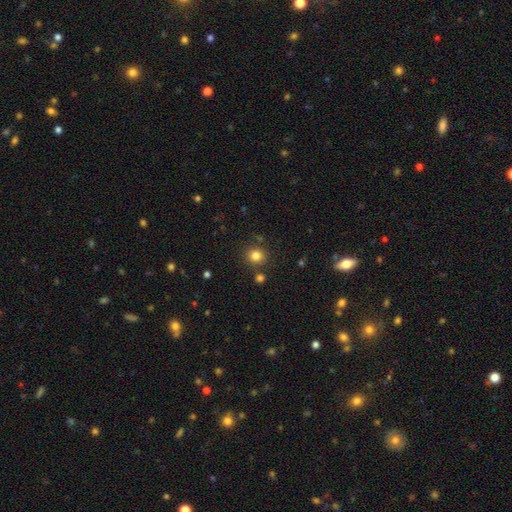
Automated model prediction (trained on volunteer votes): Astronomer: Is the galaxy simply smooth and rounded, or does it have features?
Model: smooth — 80%.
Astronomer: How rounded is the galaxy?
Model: round — 88%.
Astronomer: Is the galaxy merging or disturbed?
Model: none — 83%.